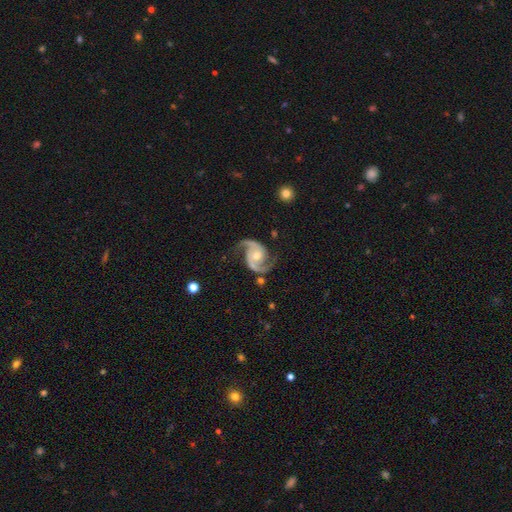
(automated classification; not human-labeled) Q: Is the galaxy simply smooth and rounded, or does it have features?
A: featured or disk — 93%.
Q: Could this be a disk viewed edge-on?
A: no — 98%.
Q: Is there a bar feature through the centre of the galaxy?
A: no — 65%.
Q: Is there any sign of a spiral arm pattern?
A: yes — 98%.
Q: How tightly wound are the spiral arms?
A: medium — 56%.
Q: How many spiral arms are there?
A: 2 — 94%.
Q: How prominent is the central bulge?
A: moderate — 61%.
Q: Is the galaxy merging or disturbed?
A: none — 77%.